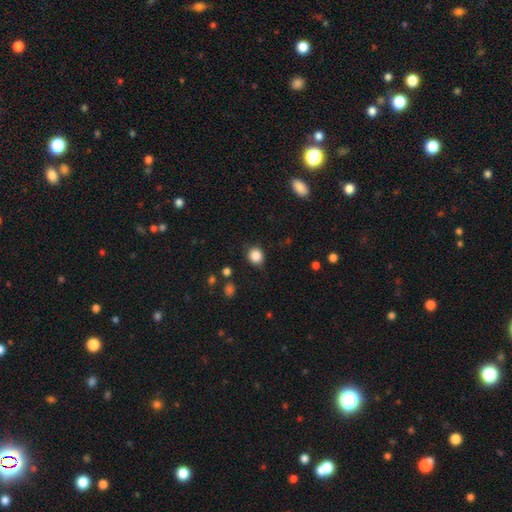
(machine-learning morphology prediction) Smooth or featured? smooth (85%)
How rounded? round (79%)
Merging? none (80%)